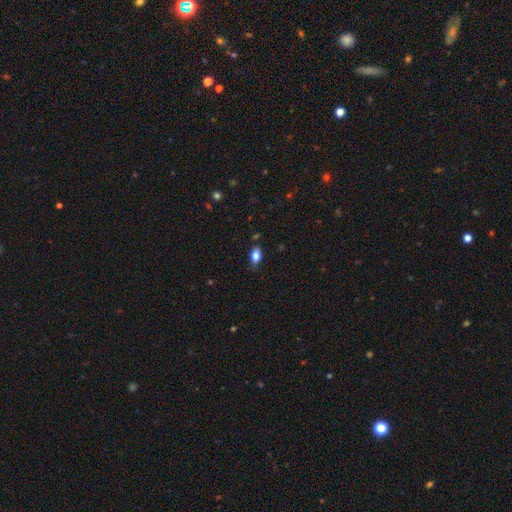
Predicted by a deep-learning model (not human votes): Smooth or featured: smooth — 84% (star or artifact — 9%)
How rounded: in between — 89% (round — 7%)
Merging: none — 82% (minor disturbance — 14%)